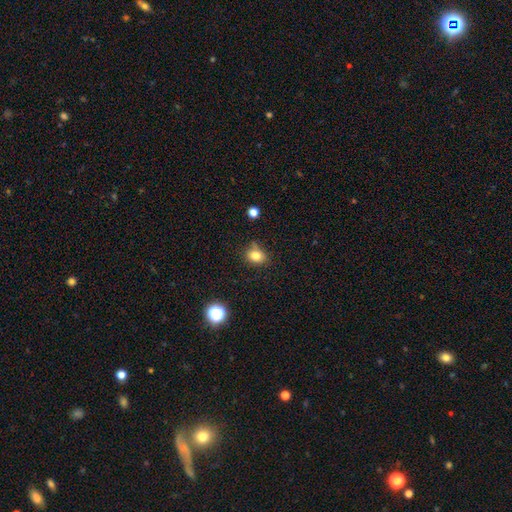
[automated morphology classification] Smooth or featured? smooth (80%)
How rounded? round (52%)
Merging? none (68%)